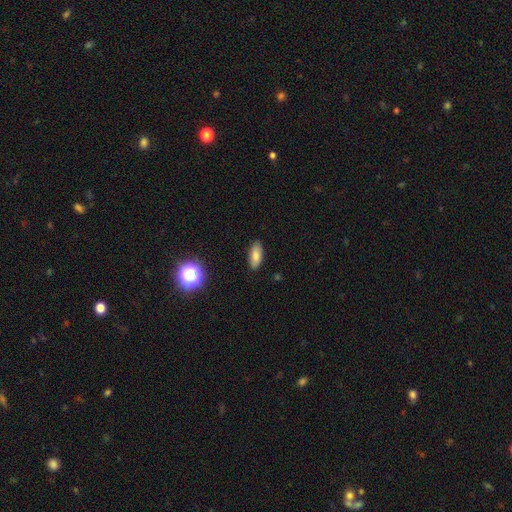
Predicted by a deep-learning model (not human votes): This appears to be a smooth galaxy with no disk features (80%) that is in between round and cigar-shaped (81%). Merging: none (87%).